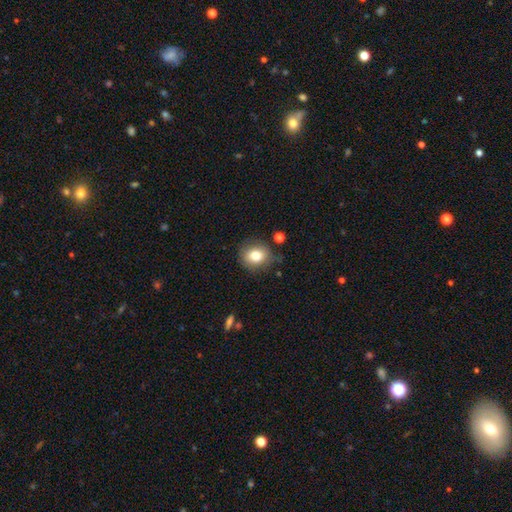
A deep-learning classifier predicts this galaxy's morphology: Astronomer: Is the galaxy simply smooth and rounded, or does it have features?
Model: smooth — 80%.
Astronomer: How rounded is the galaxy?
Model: round — 70%.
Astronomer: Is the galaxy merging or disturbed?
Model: none — 76%.